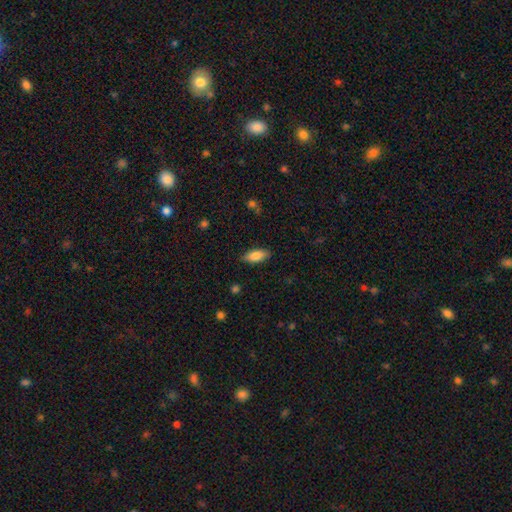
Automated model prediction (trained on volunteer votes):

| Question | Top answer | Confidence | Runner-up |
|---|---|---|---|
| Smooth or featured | smooth | 84% | featured or disk (10%) |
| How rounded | in between | 85% | cigar-shaped (13%) |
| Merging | none | 86% | minor disturbance (11%) |